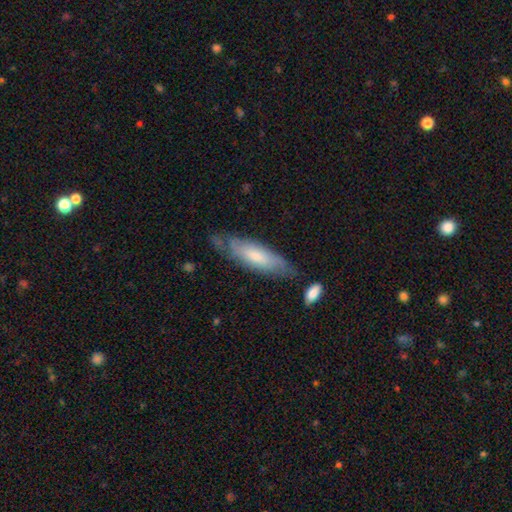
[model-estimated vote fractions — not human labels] Overall: smooth (56%; featured or disk 38%). How rounded: cigar-shaped (55%; in between 44%). Merging: none (63%; minor disturbance 25%).